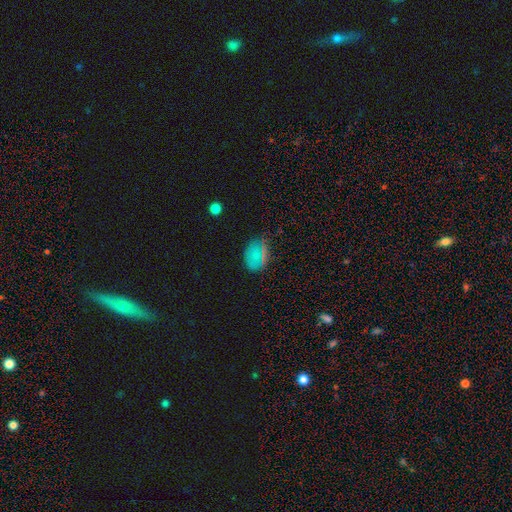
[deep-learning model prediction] Overall: smooth (70%). How rounded: in between (74%). Merging: none (80%).